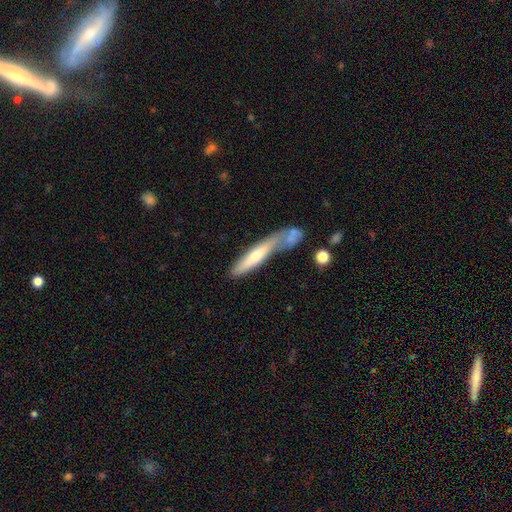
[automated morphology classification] Smooth or featured?
  - smooth: 51% *
  - featured or disk: 42%
  - star or artifact: 6%
How rounded?
  - cigar-shaped: 87% *
  - in between: 11%
  - round: 2%
Merging?
  - none: 37% *
  - merger: 31%
  - minor disturbance: 19%
  - major disturbance: 13%